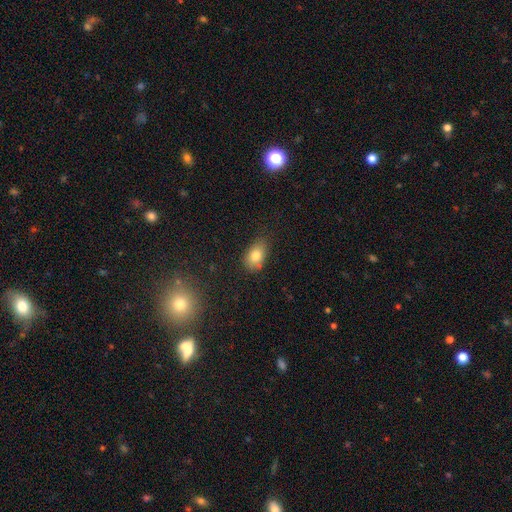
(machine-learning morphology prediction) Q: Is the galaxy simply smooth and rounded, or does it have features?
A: smooth — 80%.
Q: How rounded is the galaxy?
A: in between — 82%.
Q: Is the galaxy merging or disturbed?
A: none — 68%.